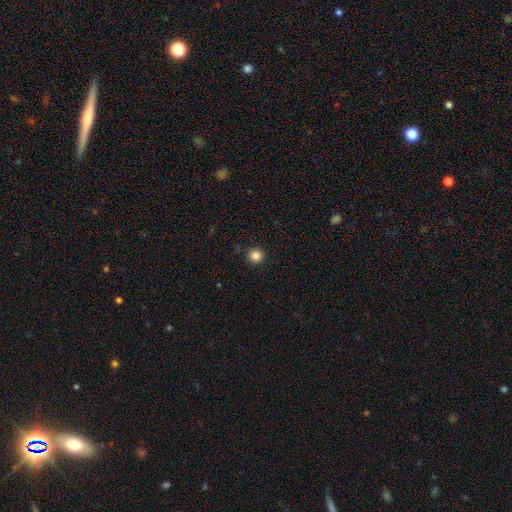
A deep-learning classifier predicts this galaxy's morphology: A smooth galaxy with no disk features (84%) that is round (96%). Merging: none (92%).